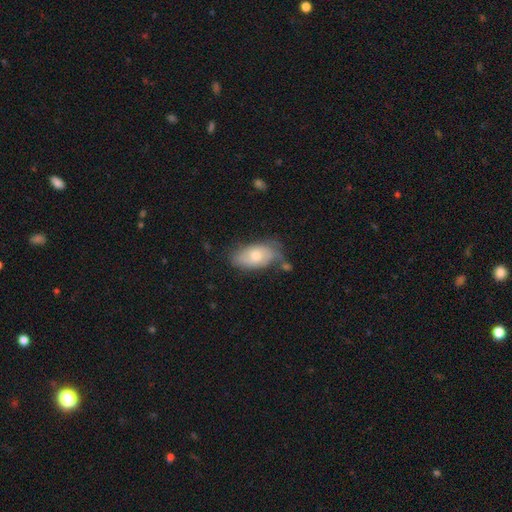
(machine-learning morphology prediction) Q: Smooth or featured?
A: smooth (59%); runner-up: featured or disk (35%)
Q: How rounded?
A: in between (92%); runner-up: round (5%)
Q: Merging?
A: none (56%); runner-up: minor disturbance (29%)